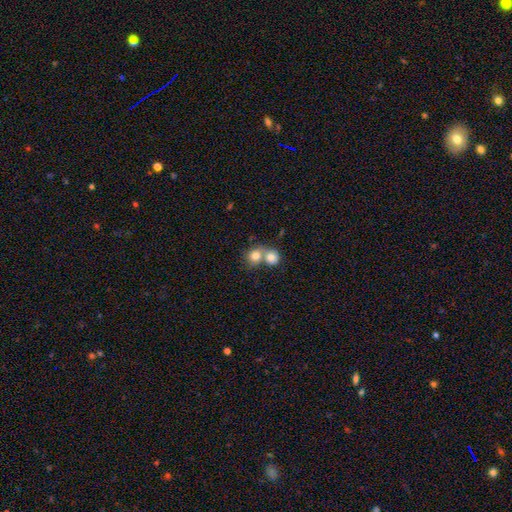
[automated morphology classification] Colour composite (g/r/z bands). It shows a smooth galaxy with no disk features (80%) that is round (77%). Merging: merger (59%).